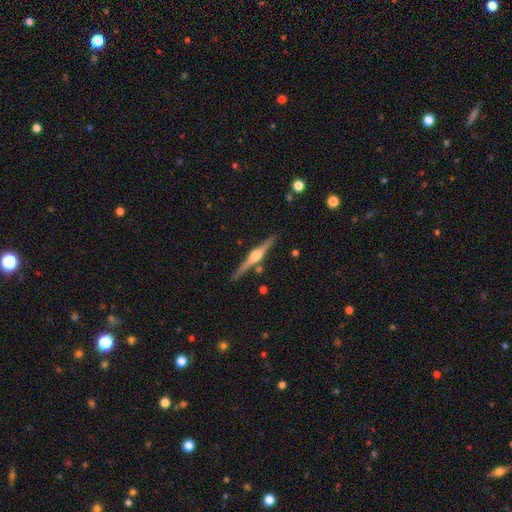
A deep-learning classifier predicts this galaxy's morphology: Smooth or featured? featured or disk (83%)
Edge-on disk? yes (98%)
Edge-on bulge? rounded (89%)
Merging? none (87%)